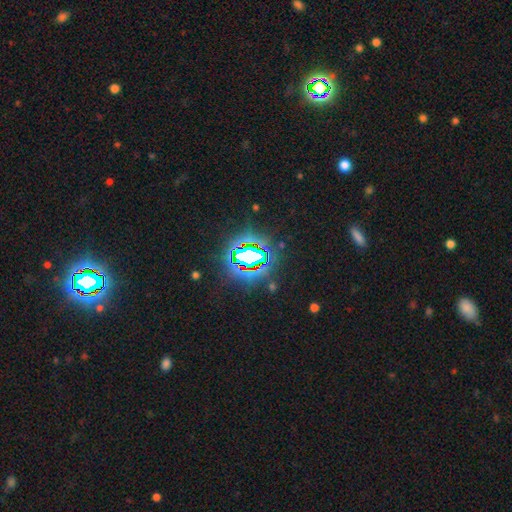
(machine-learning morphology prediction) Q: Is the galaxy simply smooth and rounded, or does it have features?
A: star or artifact — 78%.